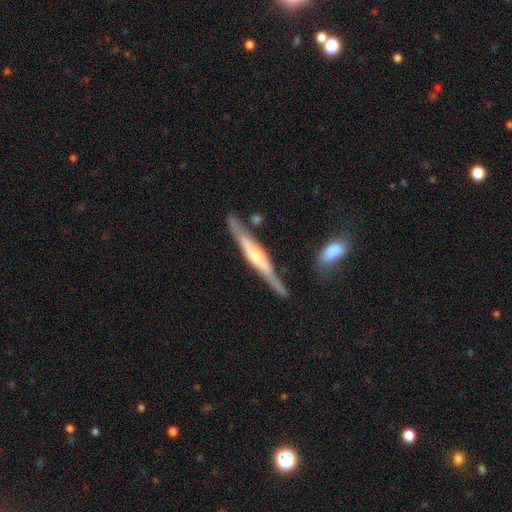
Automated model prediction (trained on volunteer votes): smooth_or_featured: featured or disk (p=0.74) [alt: smooth p=0.20]
disk_edge_on: yes (p=0.95) [alt: no p=0.05]
edge_on_bulge: rounded (p=0.62) [alt: boxy p=0.26]
merging: none (p=0.77) [alt: minor disturbance p=0.14]